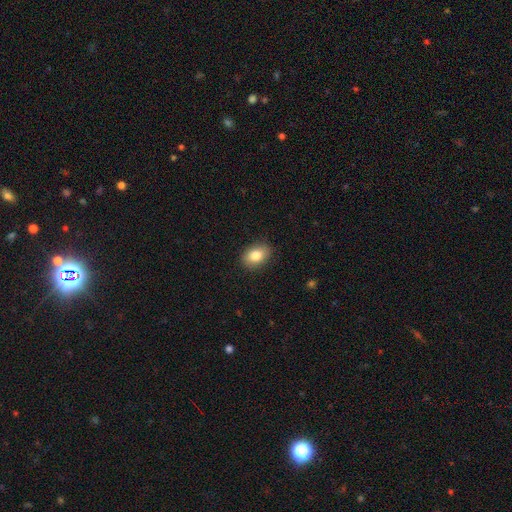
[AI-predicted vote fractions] Morphology: type=smooth (83%); roundness=in between (80%); merging=none (88%).